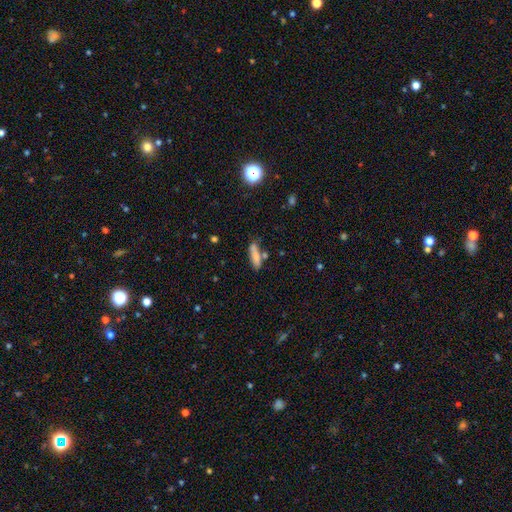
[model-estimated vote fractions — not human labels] Smooth or featured: smooth — 80% (featured or disk — 12%)
How rounded: cigar-shaped — 68% (in between — 30%)
Merging: none — 65% (minor disturbance — 17%)